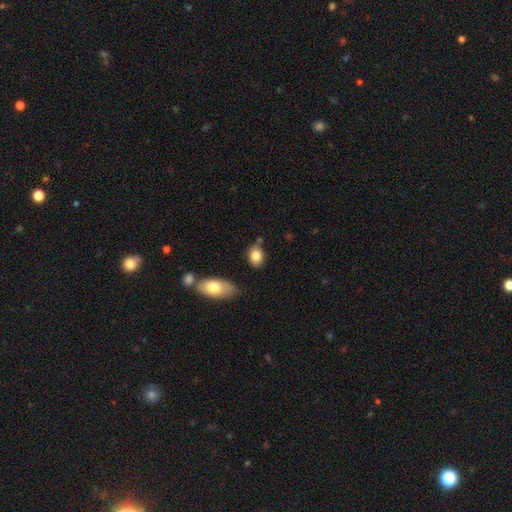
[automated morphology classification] Smooth or featured?
  - smooth: 82% *
  - featured or disk: 10%
  - star or artifact: 8%
How rounded?
  - in between: 71% *
  - round: 27%
  - cigar-shaped: 2%
Merging?
  - none: 69% *
  - minor disturbance: 19%
  - merger: 8%
  - major disturbance: 4%